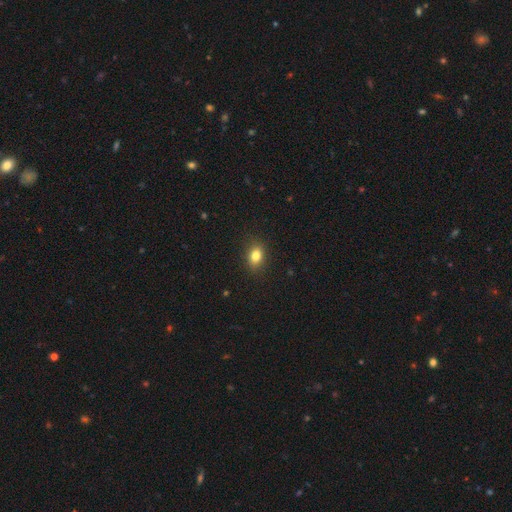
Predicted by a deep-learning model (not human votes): Morphology: type=smooth (82%); roundness=in between (72%); merging=none (87%).